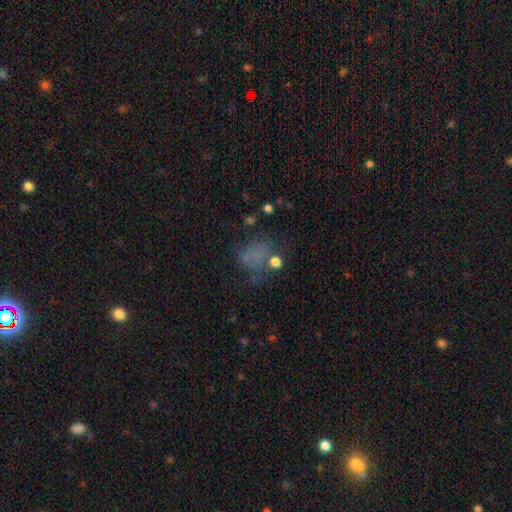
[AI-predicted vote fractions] Smooth or featured: smooth — 54% (star or artifact — 27%)
How rounded: round — 55% (in between — 43%)
Merging: none — 46% (major disturbance — 24%)